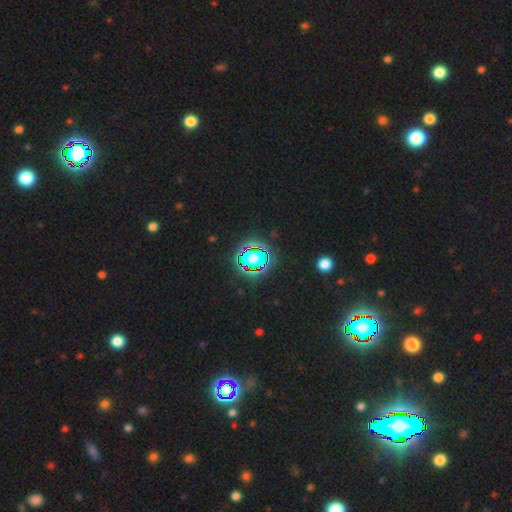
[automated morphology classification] This is clearly a star or artifact rather than a galaxy (81%).